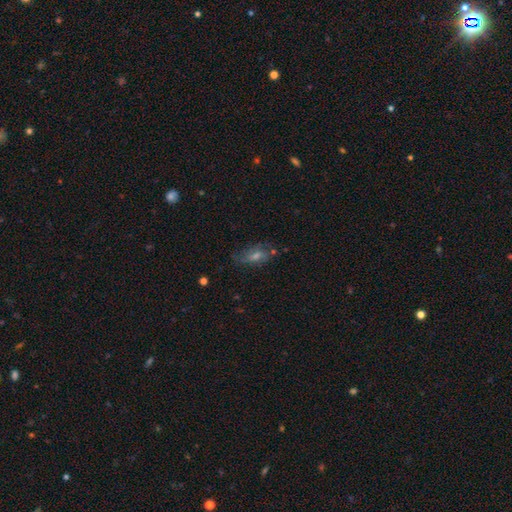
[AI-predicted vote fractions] Smooth or featured: featured or disk — 47% (smooth — 36%)
Merging: none — 64% (minor disturbance — 21%)